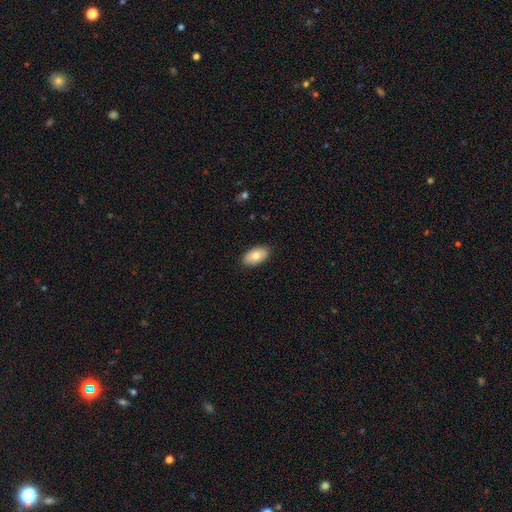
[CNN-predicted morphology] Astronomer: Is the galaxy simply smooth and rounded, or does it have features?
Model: smooth — 81%.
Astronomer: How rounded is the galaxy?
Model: in between — 95%.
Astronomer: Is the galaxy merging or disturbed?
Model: none — 88%.